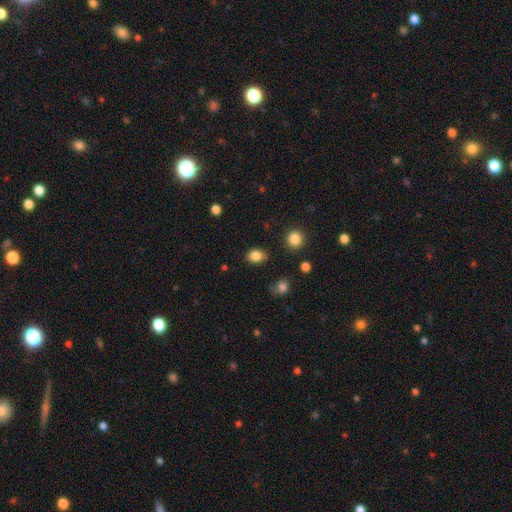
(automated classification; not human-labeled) Q: Smooth or featured?
A: smooth (84%); runner-up: star or artifact (11%)
Q: How rounded?
A: in between (58%); runner-up: round (41%)
Q: Merging?
A: none (78%); runner-up: minor disturbance (16%)